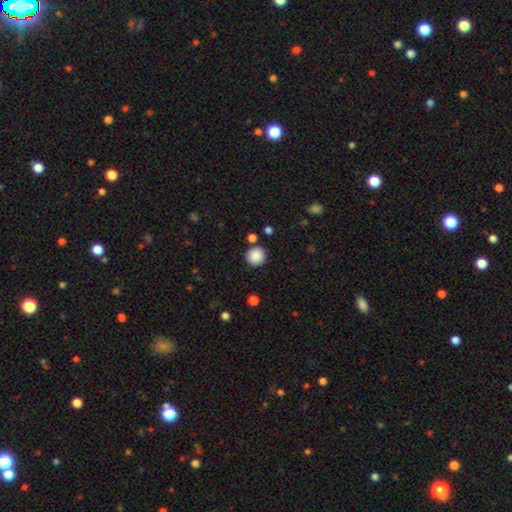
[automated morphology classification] The model was most divided on "merging": none: 85%, minor disturbance: 7%, merger: 5%, major disturbance: 2%. More confident: how rounded — round (91%); smooth or featured — smooth (88%).